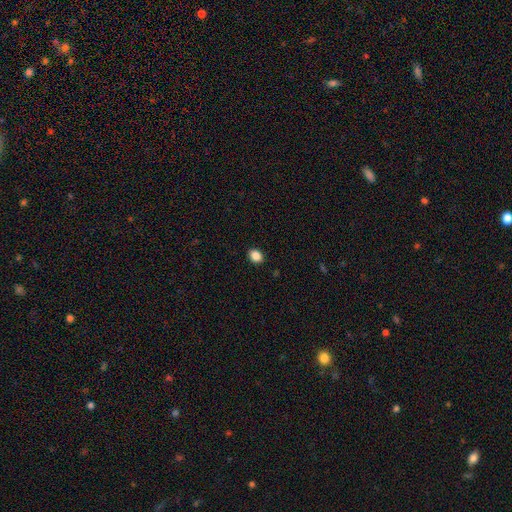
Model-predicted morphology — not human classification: Q: Smooth or featured?
A: smooth (87%); runner-up: star or artifact (9%)
Q: How rounded?
A: in between (62%); runner-up: round (37%)
Q: Merging?
A: none (90%); runner-up: minor disturbance (7%)